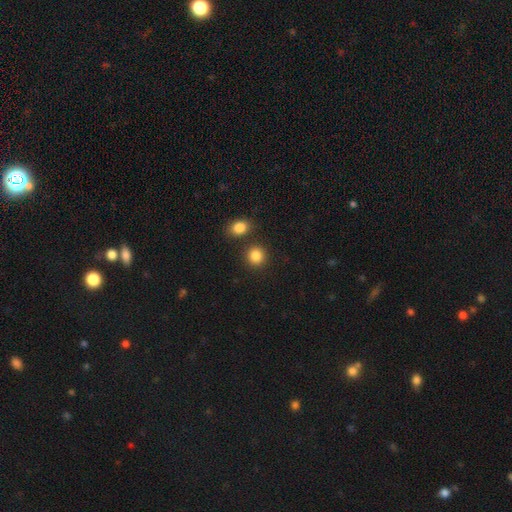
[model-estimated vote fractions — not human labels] Morphology: type=smooth (86%); roundness=round (87%); merging=none (82%).